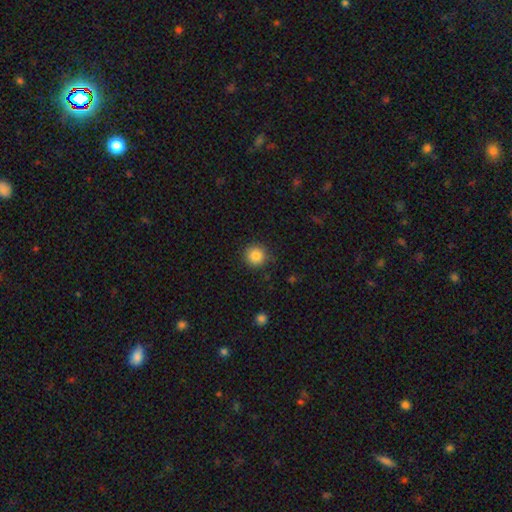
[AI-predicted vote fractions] smooth_or_featured: smooth (p=0.86) [alt: star or artifact p=0.10]
how_rounded: round (p=0.94) [alt: in between p=0.05]
merging: none (p=0.88) [alt: minor disturbance p=0.08]